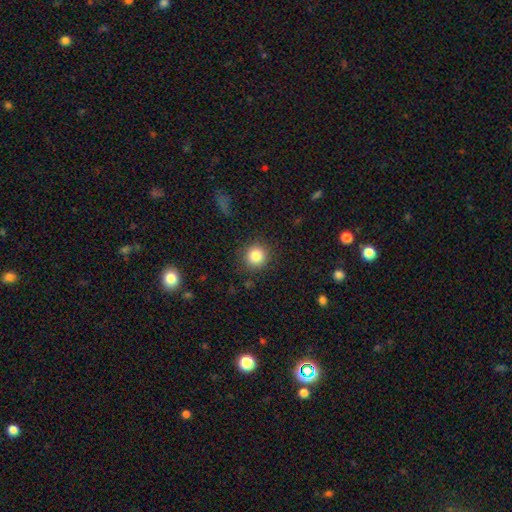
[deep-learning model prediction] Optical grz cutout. It shows a smooth galaxy with no disk features (84%) that is round (91%). Merging: none (89%).